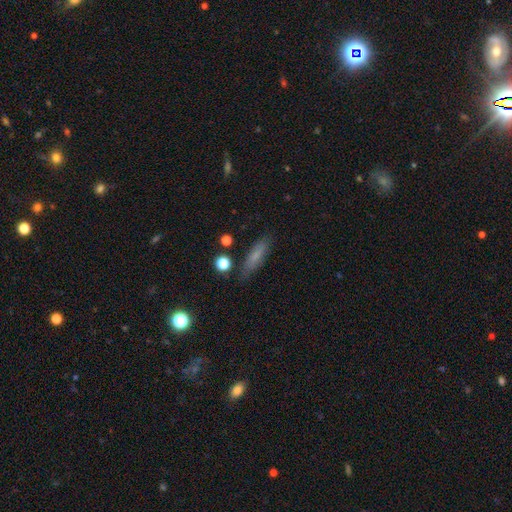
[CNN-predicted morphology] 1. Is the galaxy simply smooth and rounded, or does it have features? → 69% smooth, 21% featured or disk, 10% star or artifact.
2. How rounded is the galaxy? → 65% cigar-shaped, 31% in between, 3% round.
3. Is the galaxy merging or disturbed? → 81% none, 14% minor disturbance, 3% major disturbance, 2% merger.